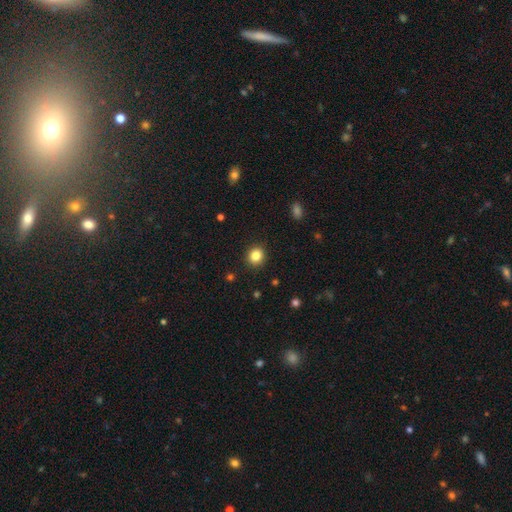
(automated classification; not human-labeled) Smooth or featured? Predicted: smooth (p=0.85). How rounded? Predicted: round (p=0.81). Merging? Predicted: none (p=0.91).